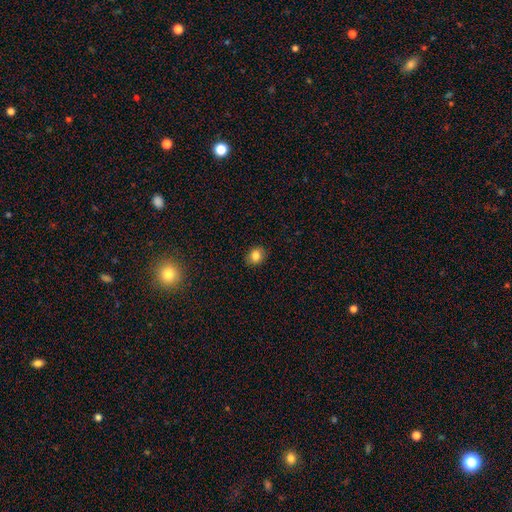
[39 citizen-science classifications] Q: Smooth or featured?
A: smooth (87%); runner-up: star or artifact (10%)
Q: How rounded?
A: round (68%); runner-up: in between (32%)
Q: Merging?
A: none (86%); runner-up: minor disturbance (9%)